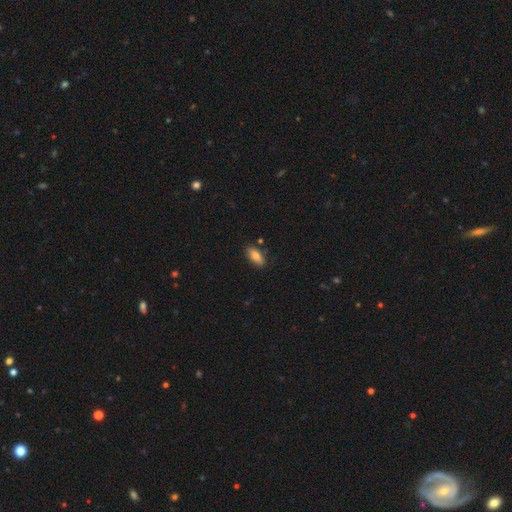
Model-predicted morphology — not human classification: The model was most divided on "smooth or featured": smooth: 78%, featured or disk: 15%, star or artifact: 7%. More confident: merging — none (84%); how rounded — in between (84%).